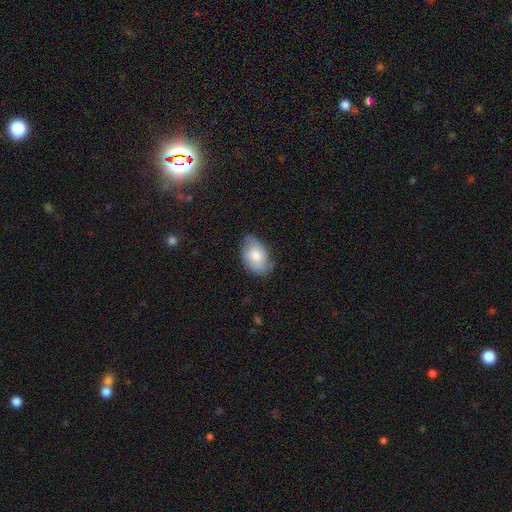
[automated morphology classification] This appears to be a smooth galaxy with no disk features (67%) that is in between round and cigar-shaped (89%). Merging: none (64%).